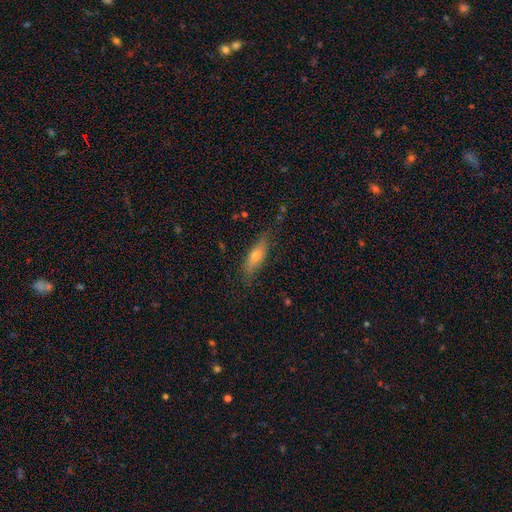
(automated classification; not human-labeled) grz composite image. It shows a smooth galaxy with no disk features (58%) that is cigar-shaped (56%). Merging: none (77%).